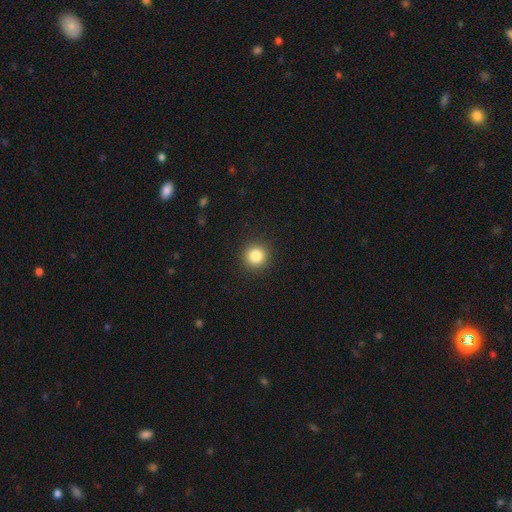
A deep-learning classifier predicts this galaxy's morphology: Smooth or featured?
  - smooth: 84% *
  - star or artifact: 11%
  - featured or disk: 5%
How rounded?
  - round: 94% *
  - in between: 5%
  - cigar-shaped: 1%
Merging?
  - none: 91% *
  - minor disturbance: 6%
  - major disturbance: 2%
  - merger: 1%